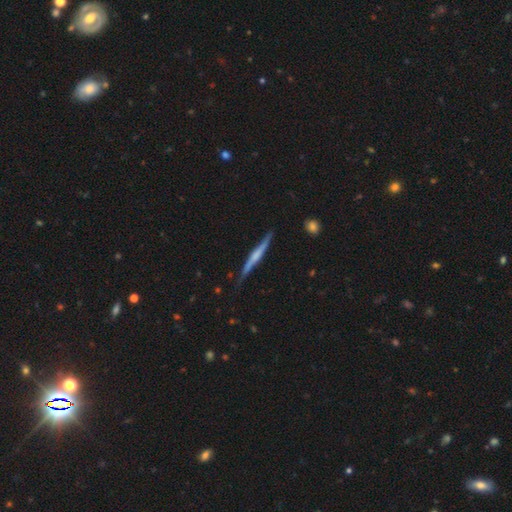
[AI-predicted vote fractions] smooth_or_featured: featured or disk (p=0.65) [alt: smooth p=0.29]
disk_edge_on: yes (p=0.96) [alt: no p=0.04]
edge_on_bulge: rounded (p=0.49) [alt: none p=0.32]
merging: none (p=0.79) [alt: minor disturbance p=0.16]